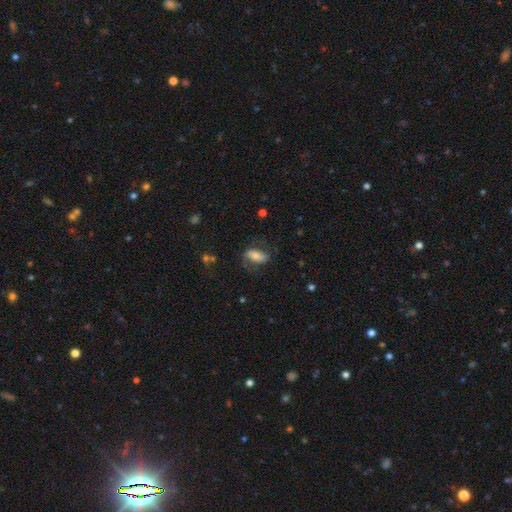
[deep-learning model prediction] Smooth or featured?
  - smooth: 57% *
  - featured or disk: 35%
  - star or artifact: 8%
How rounded?
  - in between: 86% *
  - cigar-shaped: 8%
  - round: 6%
Merging?
  - none: 65% *
  - minor disturbance: 20%
  - major disturbance: 13%
  - merger: 2%